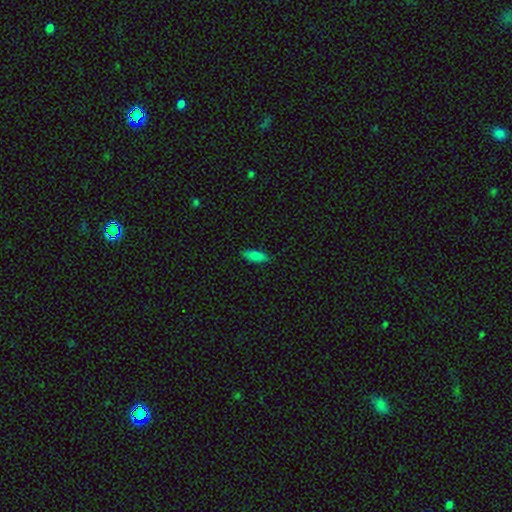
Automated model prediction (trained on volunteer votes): The model was most divided on "how rounded": in between: 67%, cigar-shaped: 30%, round: 2%. More confident: merging — none (85%); smooth or featured — smooth (83%).